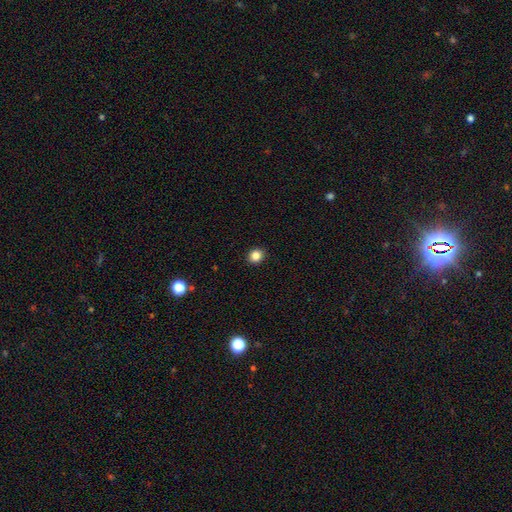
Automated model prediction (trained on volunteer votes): This is clearly a smooth galaxy (85%). How rounded: likely round (74%). Merging: clearly none (92%).